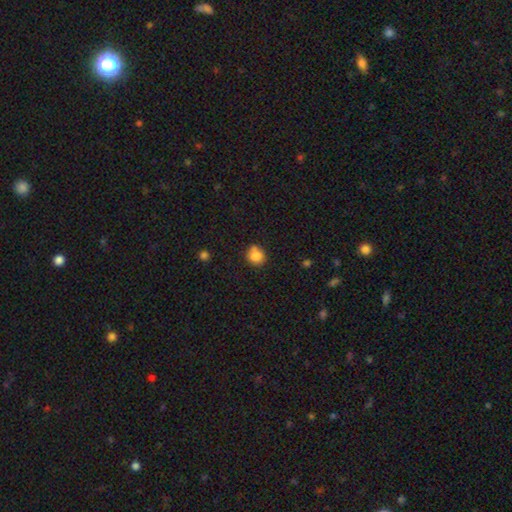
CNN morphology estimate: smooth-or-featured: smooth: 83% | star or artifact: 10% | featured or disk: 7%
  how-rounded: round: 81% | in between: 18% | cigar-shaped: 1%
  merging: none: 70% | minor disturbance: 18% | merger: 9% | major disturbance: 4%